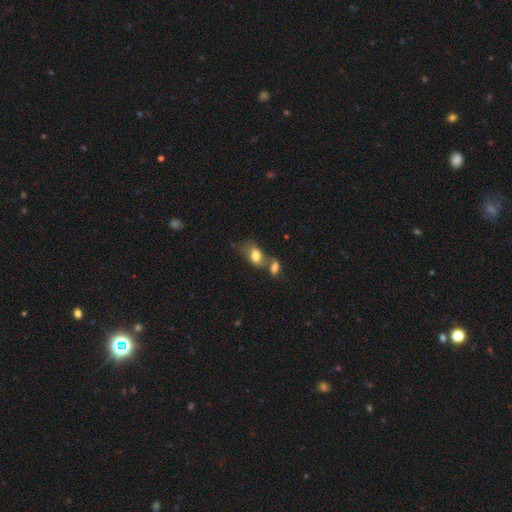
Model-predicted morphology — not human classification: Smooth or featured: smooth — 77% (featured or disk — 14%)
How rounded: in between — 86% (round — 12%)
Merging: merger — 49% (none — 27%)